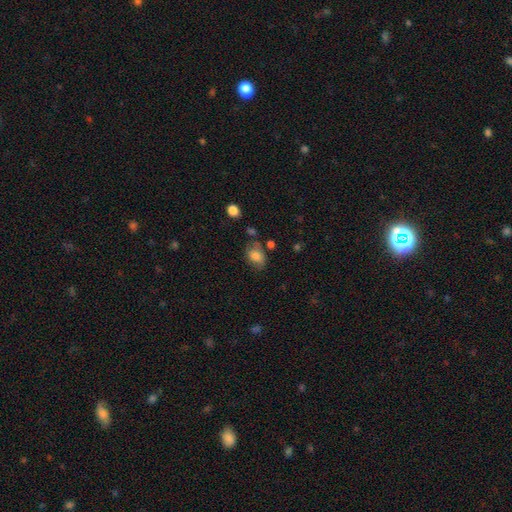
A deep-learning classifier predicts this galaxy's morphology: The model was most divided on "merging": none: 54%, minor disturbance: 27%, major disturbance: 12%, merger: 7%. More confident: how rounded — in between (78%); smooth or featured — smooth (76%).